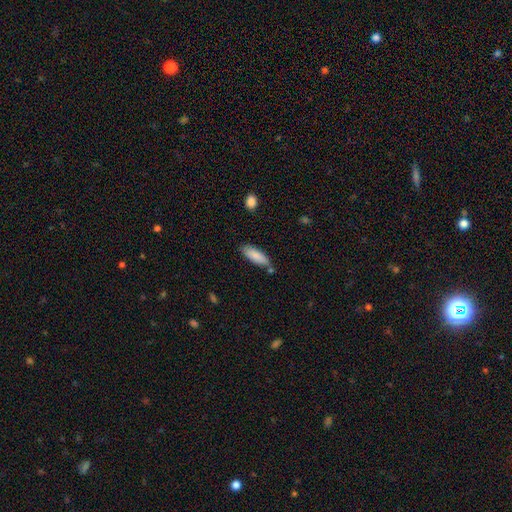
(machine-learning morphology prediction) Smooth or featured: smooth — 86% (featured or disk — 8%)
How rounded: in between — 54% (cigar-shaped — 44%)
Merging: none — 75% (minor disturbance — 16%)